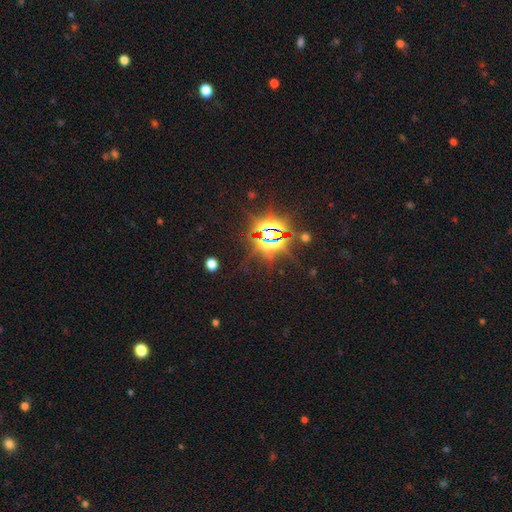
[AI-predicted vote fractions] A star or artifact, not a galaxy (86%).